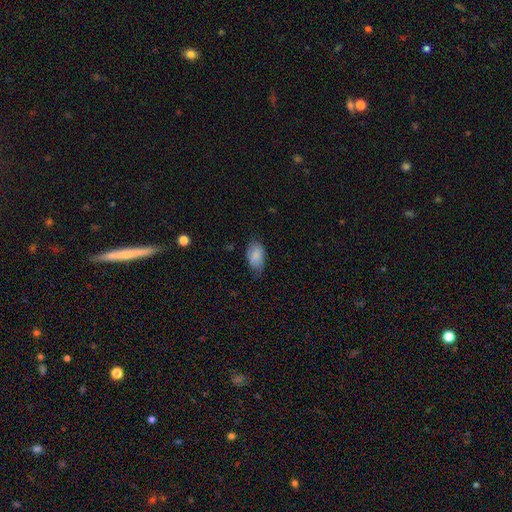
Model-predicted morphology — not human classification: Smooth or featured? Predicted: smooth (p=0.84). How rounded? Predicted: in between (p=0.93). Merging? Predicted: none (p=0.59).